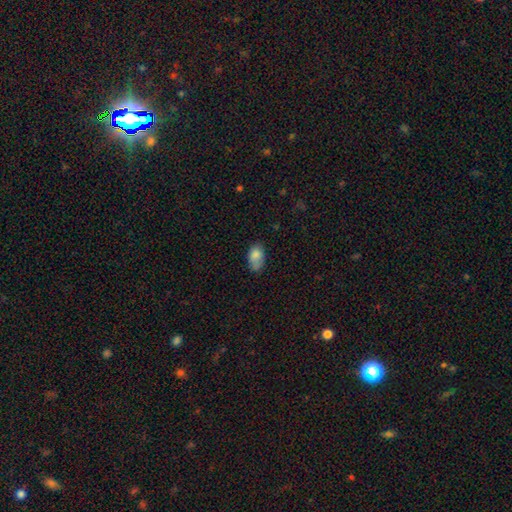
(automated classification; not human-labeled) Smooth or featured? Predicted: smooth (p=0.80). How rounded? Predicted: in between (p=0.89). Merging? Predicted: none (p=0.52).